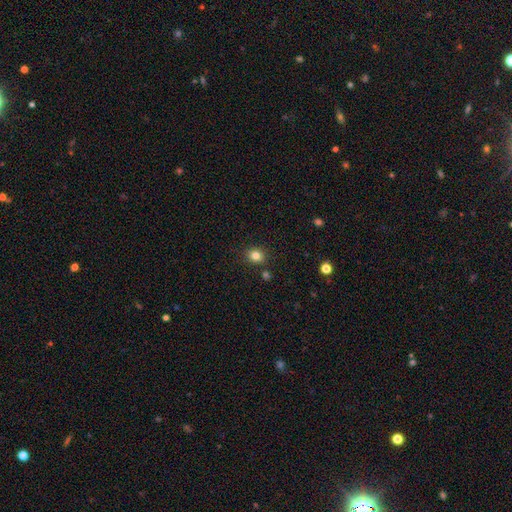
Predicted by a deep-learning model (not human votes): Smooth or featured? Predicted: smooth (p=0.82). How rounded? Predicted: round (p=0.74). Merging? Predicted: none (p=0.85).